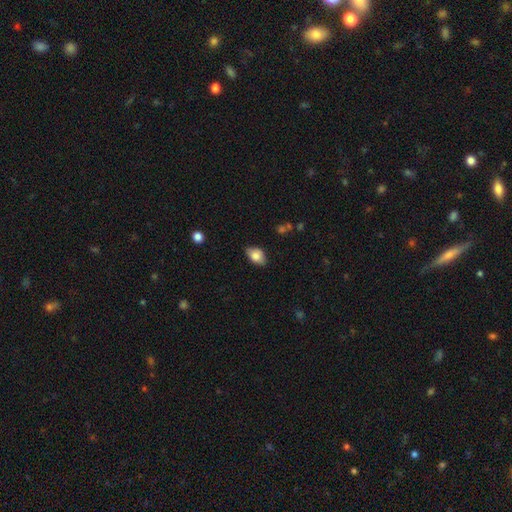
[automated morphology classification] smooth_or_featured: smooth (p=0.80) [alt: featured or disk p=0.12]
how_rounded: in between (p=0.88) [alt: round p=0.10]
merging: none (p=0.77) [alt: minor disturbance p=0.18]